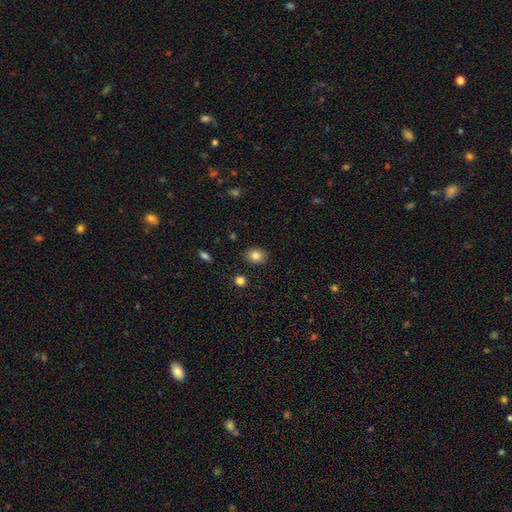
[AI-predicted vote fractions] Smooth or featured? Predicted: smooth (p=0.84). How rounded? Predicted: in between (p=0.54). Merging? Predicted: none (p=0.87).